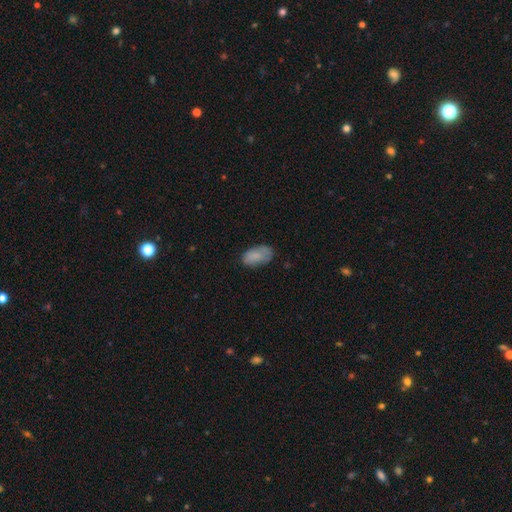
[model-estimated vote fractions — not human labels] Morphology: type=smooth (82%); roundness=in between (93%); merging=none (67%).